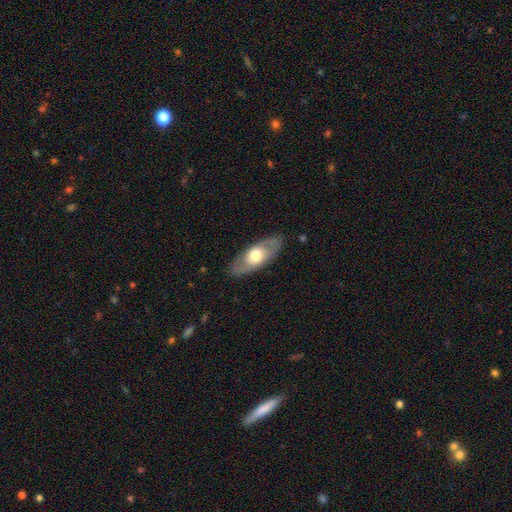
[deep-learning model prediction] A featured or disk galaxy (53%). Merging: none (84%).